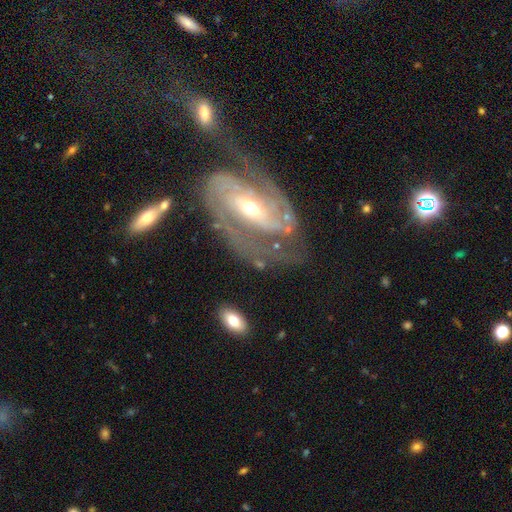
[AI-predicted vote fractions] Smooth or featured? Predicted: featured or disk (p=0.90). Edge-on disk? Predicted: no (p=0.96). Bar? Predicted: weak (p=0.38). Spiral arms? Predicted: yes (p=0.96). Spiral winding? Predicted: tight (p=0.45). Spiral arm count? Predicted: 2 (p=0.69). Bulge size? Predicted: moderate (p=0.62). Merging? Predicted: none (p=0.61).